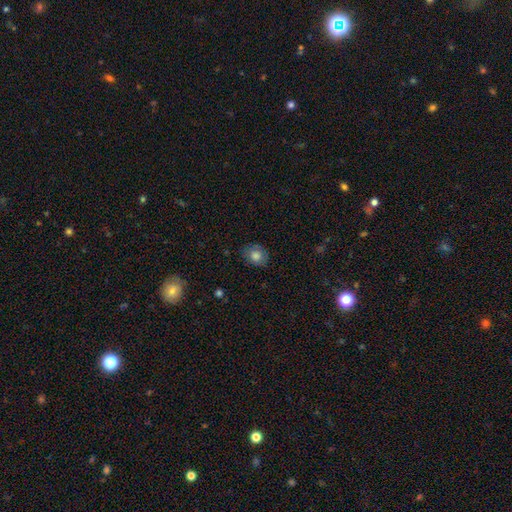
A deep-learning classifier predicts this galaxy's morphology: smooth_or_featured: smooth (p=0.82) [alt: featured or disk p=0.09]
how_rounded: round (p=0.56) [alt: in between p=0.43]
merging: none (p=0.81) [alt: minor disturbance p=0.14]